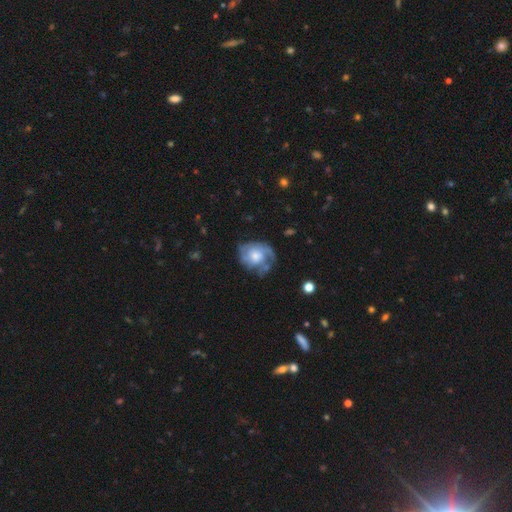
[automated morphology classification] Smooth or featured: featured or disk — 66% (smooth — 28%)
Edge-on disk: no — 97% (yes — 3%)
Bar: no — 76% (weak — 21%)
Spiral arms: yes — 80% (no — 20%)
Spiral winding: tight — 42% (medium — 39%)
Spiral arm count: can't tell — 34% (2 — 32%)
Bulge size: moderate — 47% (small — 26%)
Merging: none — 50% (minor disturbance — 26%)